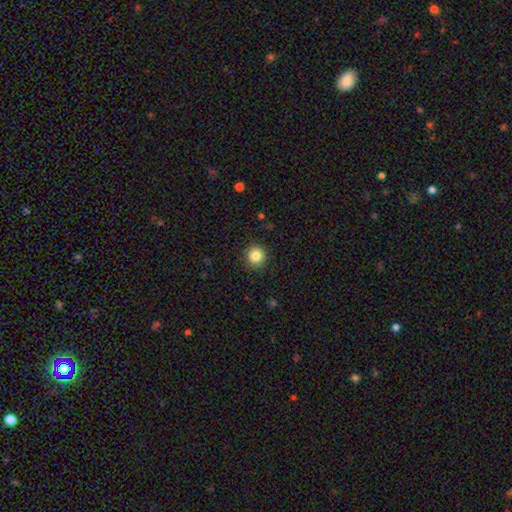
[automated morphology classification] smooth 85%, star or artifact 10%, featured or disk 5%. Down the decision tree: how rounded — round (92%); merging — none (90%).